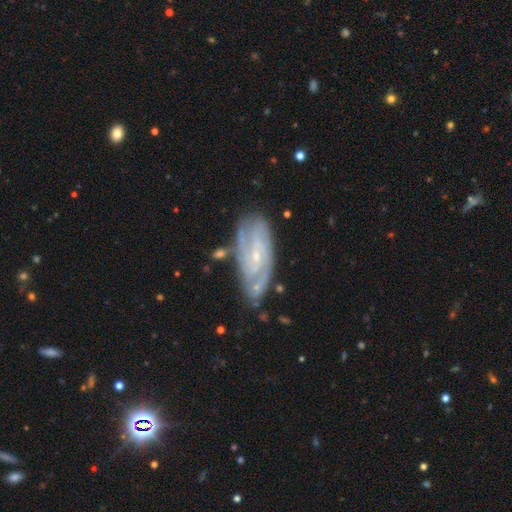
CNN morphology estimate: smooth_or_featured: featured or disk (p=0.85) [alt: smooth p=0.09]
disk_edge_on: no (p=0.93) [alt: yes p=0.07]
bar: no (p=0.44) [alt: weak p=0.40]
has_spiral_arms: yes (p=0.96) [alt: no p=0.04]
spiral_winding: tight (p=0.53) [alt: medium p=0.38]
spiral_arm_count: 2 (p=0.40) [alt: can't tell p=0.21]
bulge_size: small (p=0.81) [alt: moderate p=0.14]
merging: none (p=0.70) [alt: minor disturbance p=0.20]